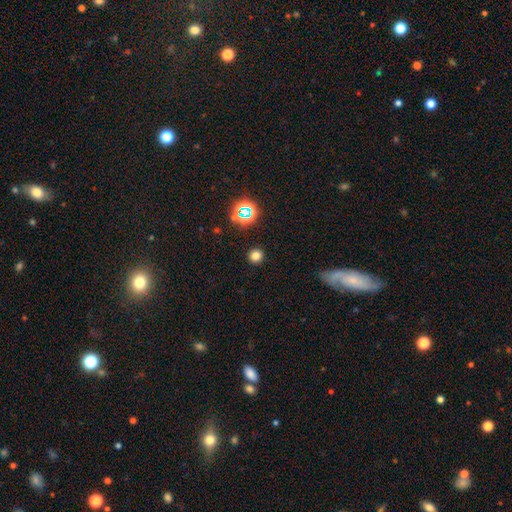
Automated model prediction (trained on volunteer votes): Smooth or featured?
  - smooth: 75% *
  - star or artifact: 20%
  - featured or disk: 5%
How rounded?
  - round: 93% *
  - in between: 6%
  - cigar-shaped: 1%
Merging?
  - none: 92% *
  - minor disturbance: 5%
  - major disturbance: 2%
  - merger: 1%